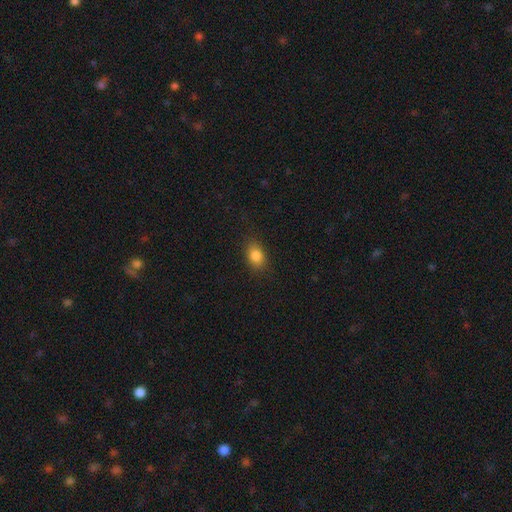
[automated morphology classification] smooth-or-featured: smooth: 84% | star or artifact: 10% | featured or disk: 6%
  how-rounded: in between: 74% | round: 24% | cigar-shaped: 2%
  merging: none: 84% | minor disturbance: 12% | major disturbance: 3% | merger: 1%